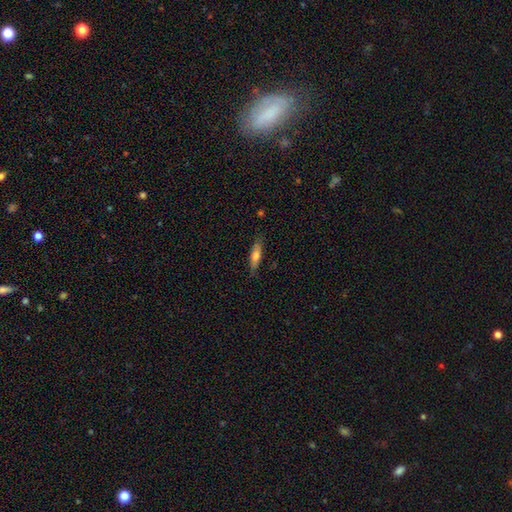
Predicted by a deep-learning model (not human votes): Smooth or featured? Predicted: smooth (p=0.67). How rounded? Predicted: cigar-shaped (p=0.61). Merging? Predicted: none (p=0.80).